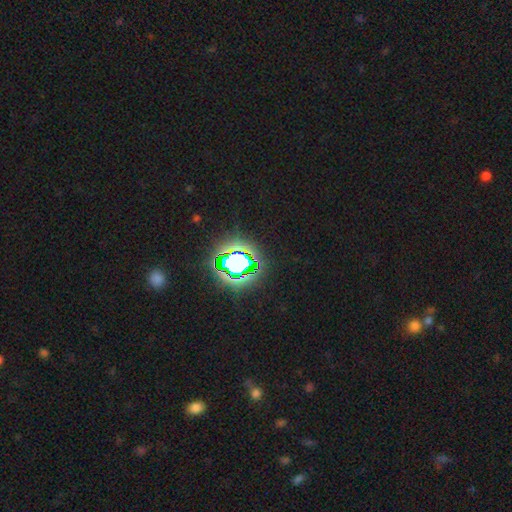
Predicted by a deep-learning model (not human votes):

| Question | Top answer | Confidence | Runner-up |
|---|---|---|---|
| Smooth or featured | star or artifact | 82% | smooth (12%) |